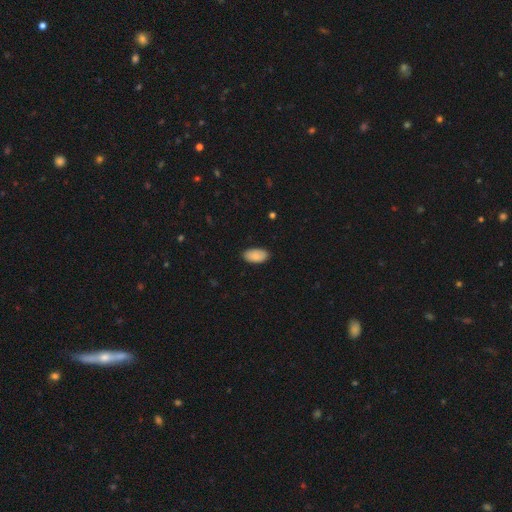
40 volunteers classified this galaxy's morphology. Smooth or featured?
  - smooth: 85% *
  - featured or disk: 10%
  - star or artifact: 5%
How rounded?
  - in between: 97% *
  - round: 3%
  - cigar-shaped: 0%
Merging?
  - none: 92% *
  - minor disturbance: 8%
  - major disturbance: 0%
  - merger: 0%